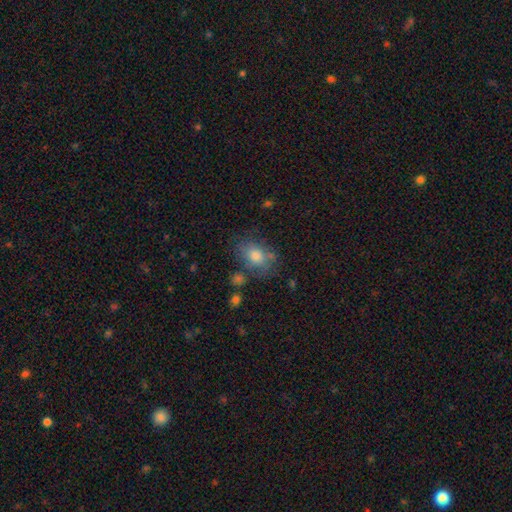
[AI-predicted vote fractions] smooth-or-featured: smooth: 73% | featured or disk: 16% | star or artifact: 11%
  how-rounded: in between: 73% | round: 25% | cigar-shaped: 2%
  merging: none: 63% | minor disturbance: 20% | major disturbance: 8% | merger: 8%